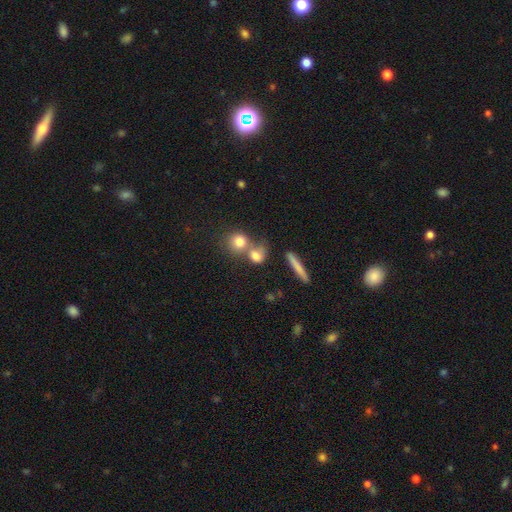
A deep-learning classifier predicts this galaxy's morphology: Smooth or featured? smooth (77%)
How rounded? round (68%)
Merging? none (43%, tied with merger)